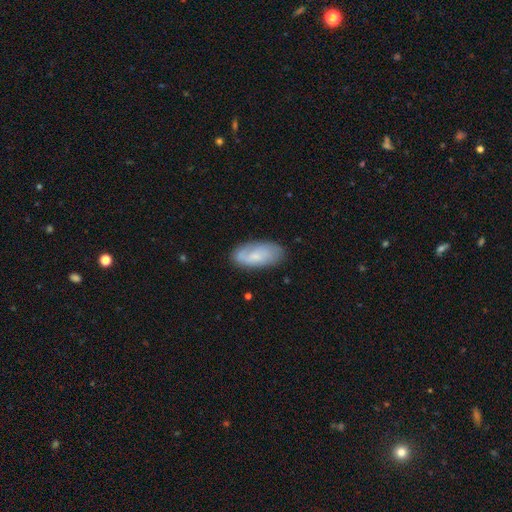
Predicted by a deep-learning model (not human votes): A smooth galaxy with no disk features (55%) that is in between round and cigar-shaped (89%).

Vote fractions:
- Smooth or featured? smooth: 55% / featured or disk: 38% / star or artifact: 7%
- How rounded? in between: 89% / cigar-shaped: 8% / round: 3%
- Merging? none: 73% / minor disturbance: 19% / major disturbance: 5% / merger: 2%